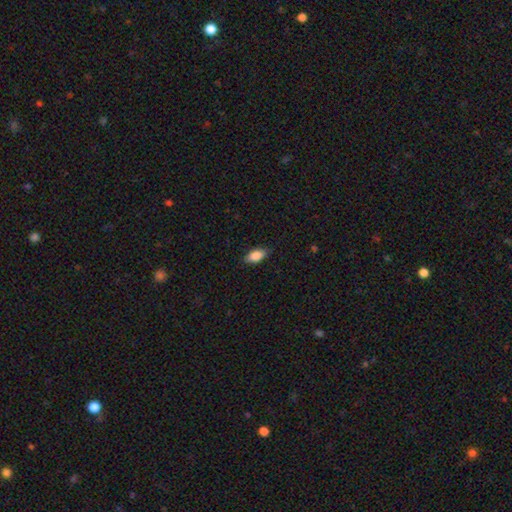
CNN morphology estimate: This is clearly a smooth galaxy (85%). How rounded: clearly in between (88%). Merging: clearly none (83%).